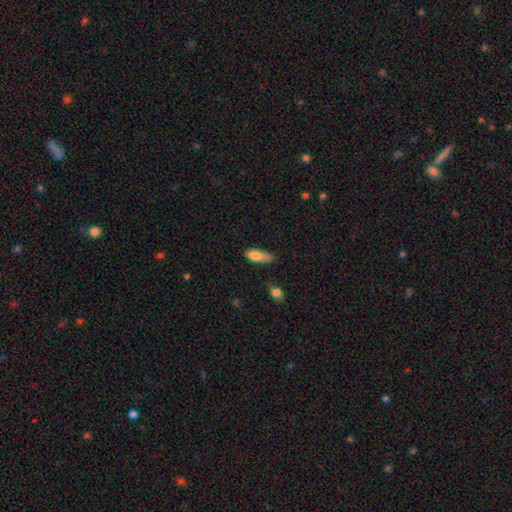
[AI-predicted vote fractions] A smooth galaxy with no disk features (79%) that is in between round and cigar-shaped (78%).

Vote fractions:
- Smooth or featured? smooth: 79% / featured or disk: 13% / star or artifact: 8%
- How rounded? in between: 78% / cigar-shaped: 19% / round: 3%
- Merging? none: 42% / minor disturbance: 38% / major disturbance: 13% / merger: 7%